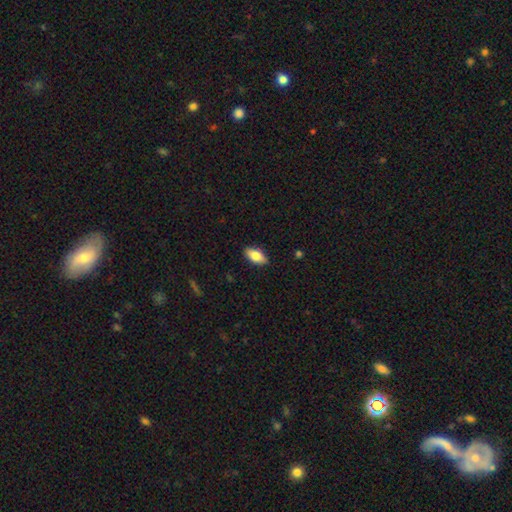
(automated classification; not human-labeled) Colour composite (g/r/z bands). It shows a smooth galaxy with no disk features (79%) that is in between round and cigar-shaped (89%). Merging: none (88%).